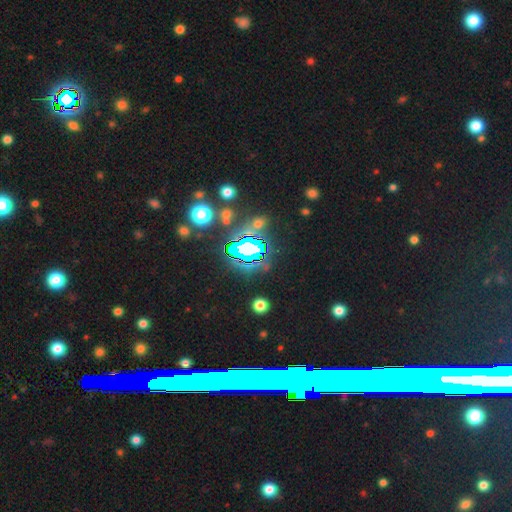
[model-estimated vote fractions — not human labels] Smooth or featured?
  - star or artifact: 75% *
  - smooth: 14%
  - featured or disk: 11%